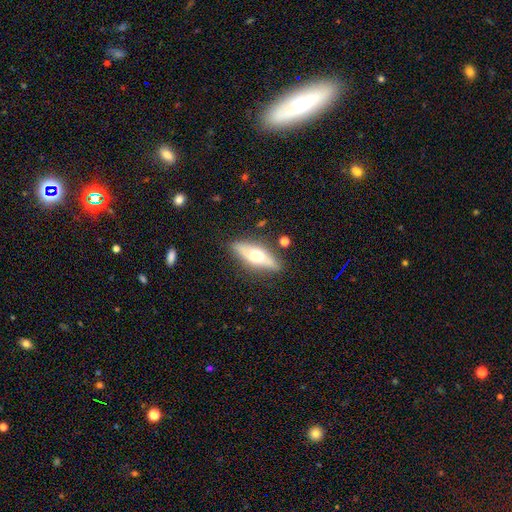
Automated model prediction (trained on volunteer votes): A featured or disk galaxy (51%) viewed edge-on (78%).

Vote fractions:
- Smooth or featured? featured or disk: 51% / smooth: 43% / star or artifact: 6%
- Edge-on disk? yes: 78% / no: 22%
- Merging? none: 83% / minor disturbance: 12% / major disturbance: 3% / merger: 2%